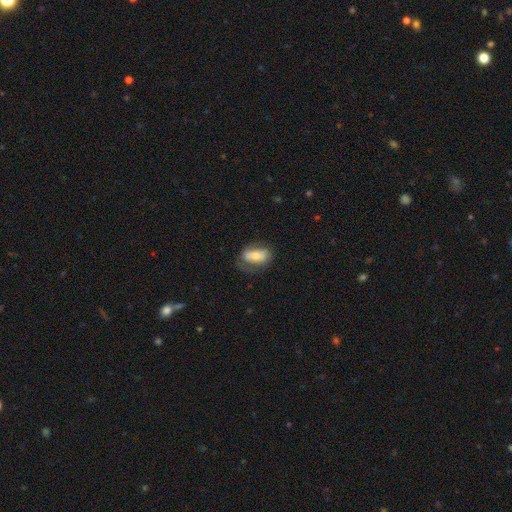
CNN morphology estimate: A smooth galaxy with no disk features (61%) that is in between round and cigar-shaped (86%).

Vote fractions:
- Smooth or featured? smooth: 61% / featured or disk: 32% / star or artifact: 7%
- How rounded? in between: 86% / cigar-shaped: 8% / round: 6%
- Merging? none: 60% / minor disturbance: 25% / major disturbance: 14% / merger: 2%